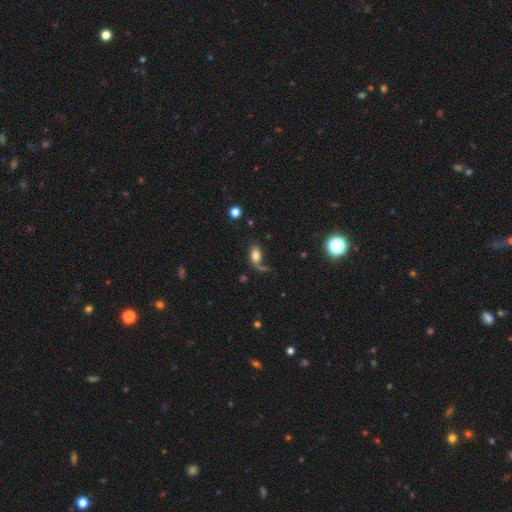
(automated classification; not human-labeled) Smooth or featured? Predicted: smooth (p=0.72). How rounded? Predicted: in between (p=0.86). Merging? Predicted: none (p=0.46).